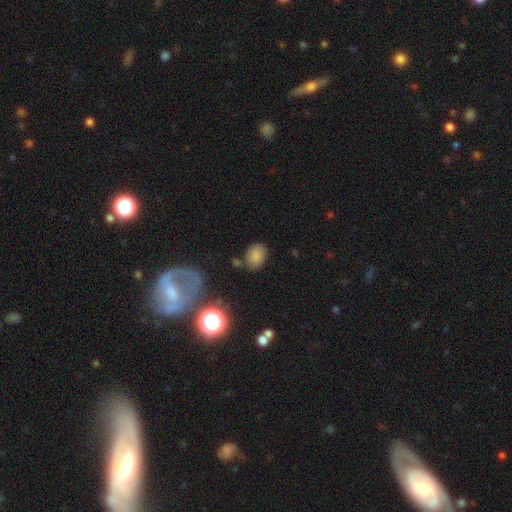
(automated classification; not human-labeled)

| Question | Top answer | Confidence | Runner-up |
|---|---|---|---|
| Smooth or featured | smooth | 81% | star or artifact (12%) |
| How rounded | in between | 66% | round (33%) |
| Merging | none | 73% | minor disturbance (16%) |